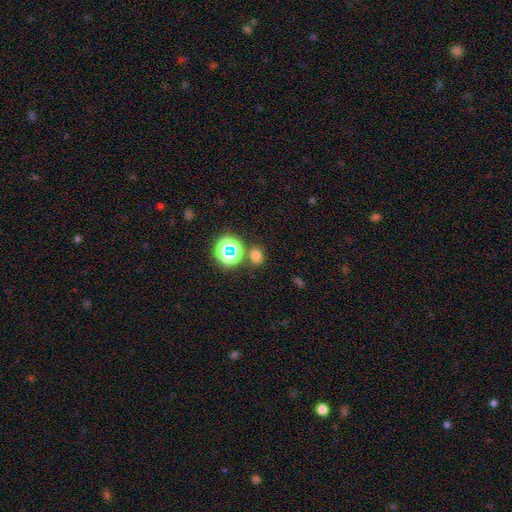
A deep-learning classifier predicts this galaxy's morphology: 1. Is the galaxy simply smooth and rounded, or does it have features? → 68% smooth, 26% star or artifact, 6% featured or disk.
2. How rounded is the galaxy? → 55% round, 44% in between, 1% cigar-shaped.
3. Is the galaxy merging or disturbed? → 78% none, 10% merger, 9% minor disturbance, 3% major disturbance.